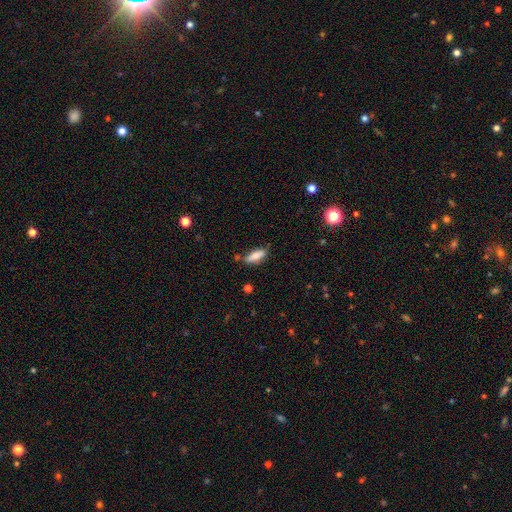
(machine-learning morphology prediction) smooth_or_featured: smooth (p=0.70) [alt: featured or disk p=0.22]
how_rounded: in between (p=0.60) [alt: cigar-shaped p=0.37]
merging: none (p=0.69) [alt: minor disturbance p=0.21]